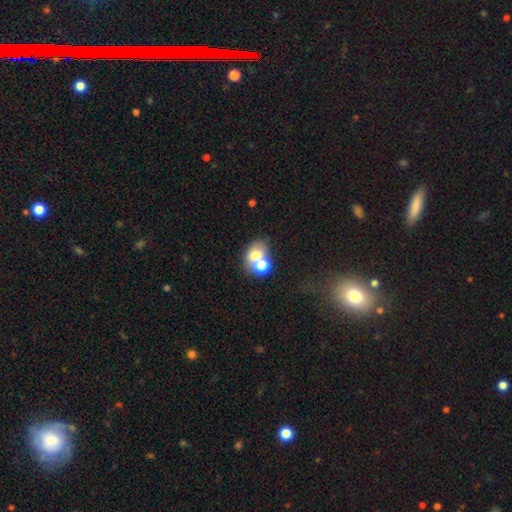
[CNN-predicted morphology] smooth_or_featured: smooth (p=0.64) [alt: featured or disk p=0.22]
how_rounded: in between (p=0.57) [alt: round p=0.42]
merging: merger (p=0.54) [alt: none p=0.31]